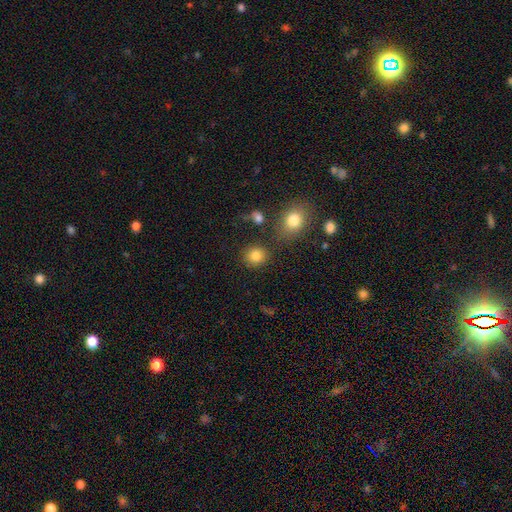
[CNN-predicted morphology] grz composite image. It shows a smooth galaxy with no disk features (84%) that is round (82%). Merging: none (83%).